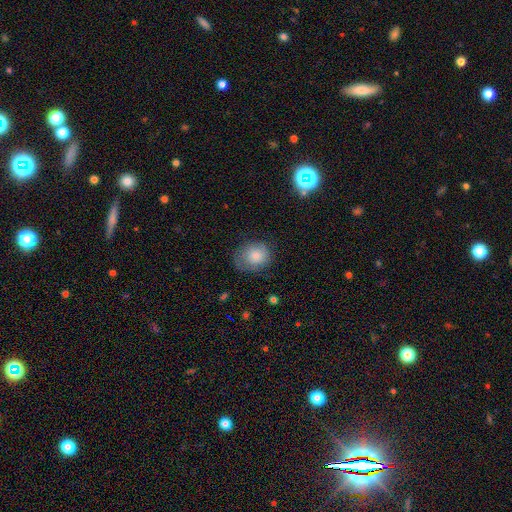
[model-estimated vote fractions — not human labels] Q: Smooth or featured?
A: smooth (77%); runner-up: featured or disk (15%)
Q: How rounded?
A: round (67%); runner-up: in between (32%)
Q: Merging?
A: none (63%); runner-up: minor disturbance (26%)